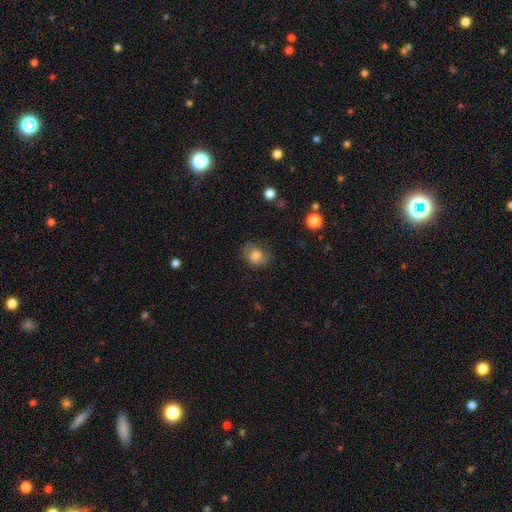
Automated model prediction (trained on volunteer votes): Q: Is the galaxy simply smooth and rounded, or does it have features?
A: smooth — 72%.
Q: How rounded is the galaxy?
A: round — 50%.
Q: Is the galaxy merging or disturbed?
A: none — 64%.